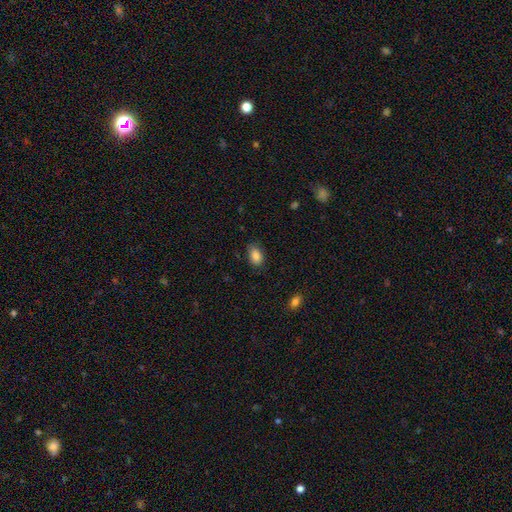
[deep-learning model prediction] Morphology: type=smooth (87%); roundness=in between (88%); merging=none (80%).